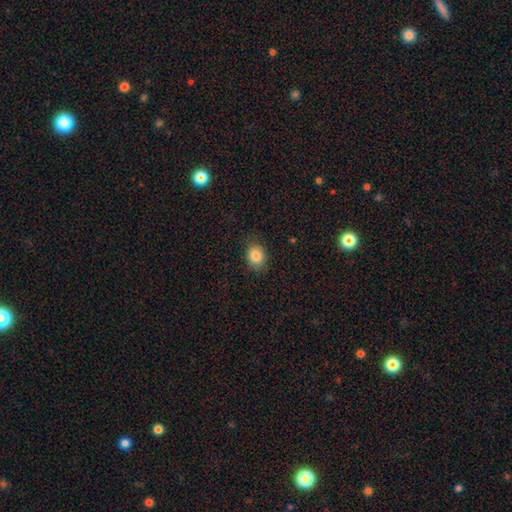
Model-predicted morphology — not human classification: type=smooth (85%); roundness=round (58%); merging=none (82%).